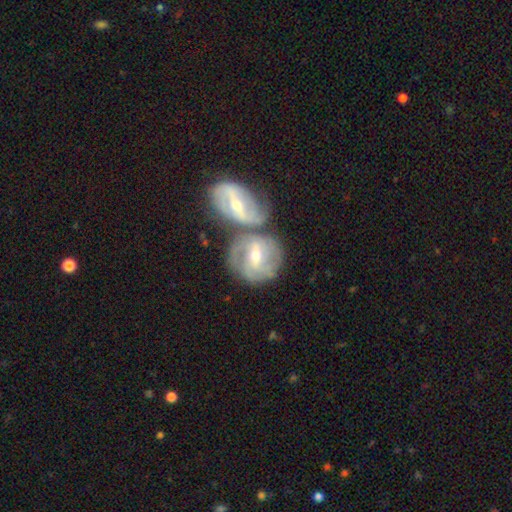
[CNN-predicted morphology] This is likely a featured or disk galaxy (79%). It is clearly not viewed edge-on (95%). Bar: possibly weak (47%). Spiral arm pattern: clearly yes (90%). Spiral arm count: marginally 2 (28%, tied with 3). Spiral winding: possibly tight (51%). Central bulge: possibly moderate (60%). Merging: possibly merger (50%).